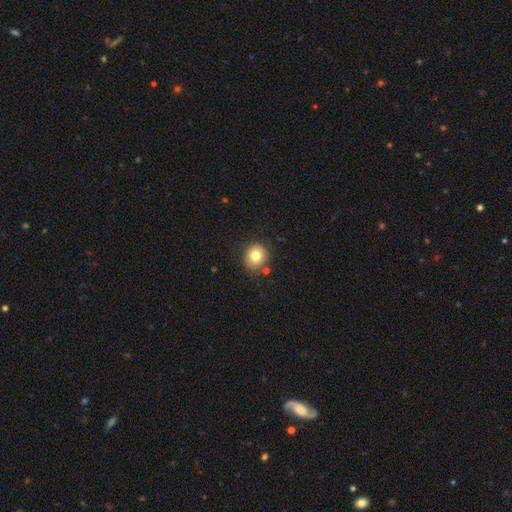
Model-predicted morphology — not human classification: type=smooth (79%); roundness=round (83%); merging=none (80%).